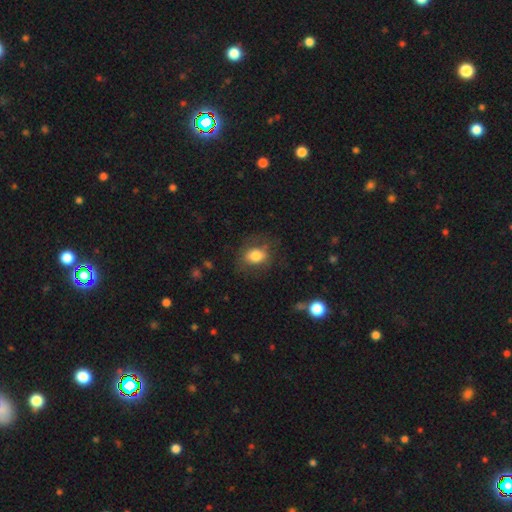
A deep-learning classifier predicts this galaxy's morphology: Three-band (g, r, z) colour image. It shows a smooth galaxy with no disk features (73%) that is in between round and cigar-shaped (59%). Merging: none (66%).